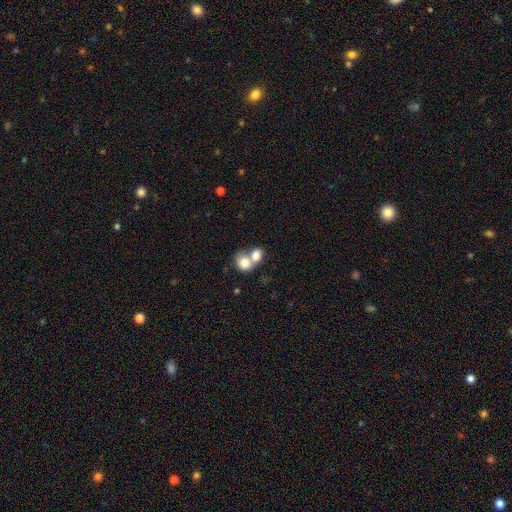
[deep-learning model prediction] smooth-or-featured: smooth: 78% | featured or disk: 14% | star or artifact: 8%
  how-rounded: round: 54% | in between: 45% | cigar-shaped: 1%
  merging: merger: 70% | none: 21% | minor disturbance: 5% | major disturbance: 3%